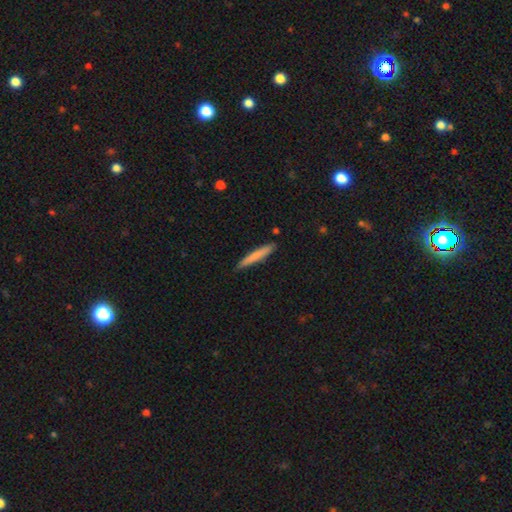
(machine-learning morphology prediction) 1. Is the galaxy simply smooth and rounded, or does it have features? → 74% smooth, 20% featured or disk, 6% star or artifact.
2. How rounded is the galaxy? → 95% cigar-shaped, 4% in between, 1% round.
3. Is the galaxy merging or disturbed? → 86% none, 11% minor disturbance, 2% merger, 2% major disturbance.